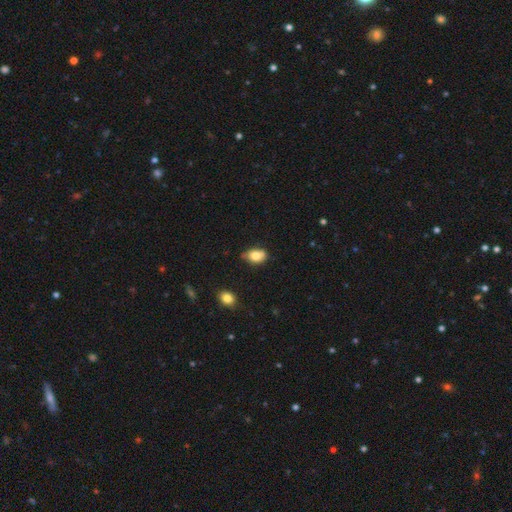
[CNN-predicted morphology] Smooth or featured: smooth — 78% (featured or disk — 13%)
How rounded: in between — 81% (round — 18%)
Merging: none — 64% (minor disturbance — 28%)